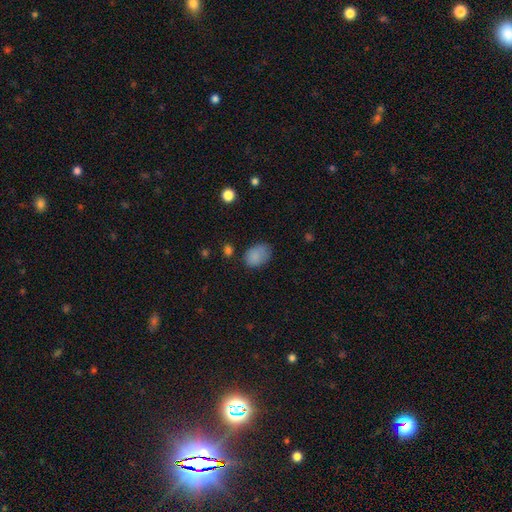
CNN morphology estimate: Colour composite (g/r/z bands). It shows a smooth galaxy with no disk features (85%) that is in between round and cigar-shaped (78%). Merging: none (65%).